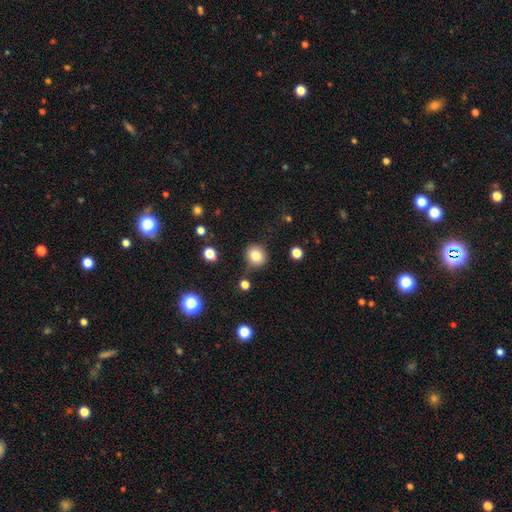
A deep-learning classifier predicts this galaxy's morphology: Smooth or featured?
  - smooth: 81% *
  - star or artifact: 11%
  - featured or disk: 8%
How rounded?
  - round: 86% *
  - in between: 13%
  - cigar-shaped: 1%
Merging?
  - none: 80% *
  - minor disturbance: 13%
  - merger: 4%
  - major disturbance: 4%